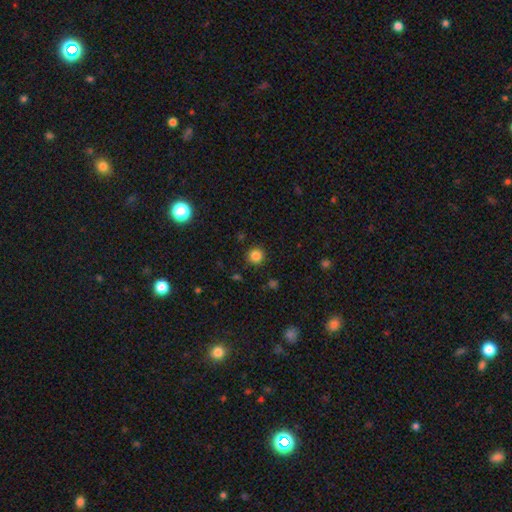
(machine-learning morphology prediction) smooth_or_featured: smooth (p=0.84) [alt: star or artifact p=0.12]
how_rounded: round (p=0.95) [alt: in between p=0.04]
merging: none (p=0.91) [alt: minor disturbance p=0.06]